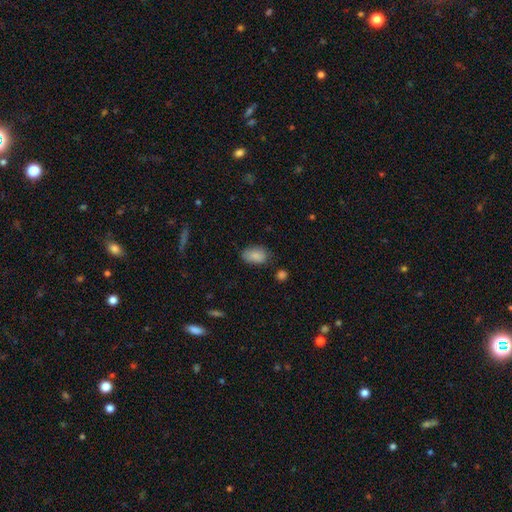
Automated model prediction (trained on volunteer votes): Q: Smooth or featured?
A: smooth (86%); runner-up: star or artifact (8%)
Q: How rounded?
A: in between (89%); runner-up: round (9%)
Q: Merging?
A: none (71%); runner-up: minor disturbance (22%)